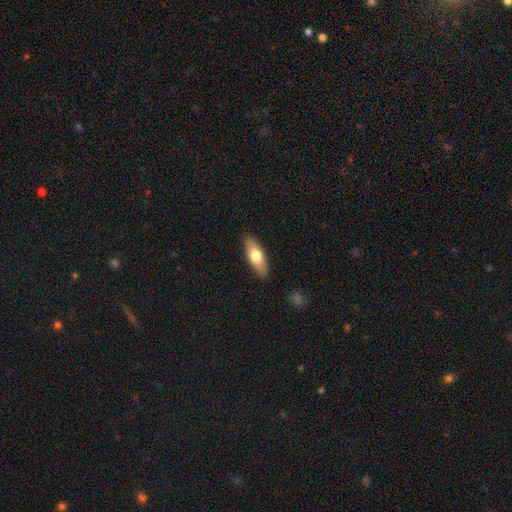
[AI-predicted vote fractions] Smooth or featured?
  - smooth: 69% *
  - featured or disk: 26%
  - star or artifact: 6%
How rounded?
  - in between: 70% *
  - cigar-shaped: 28%
  - round: 3%
Merging?
  - none: 89% *
  - minor disturbance: 8%
  - major disturbance: 2%
  - merger: 1%